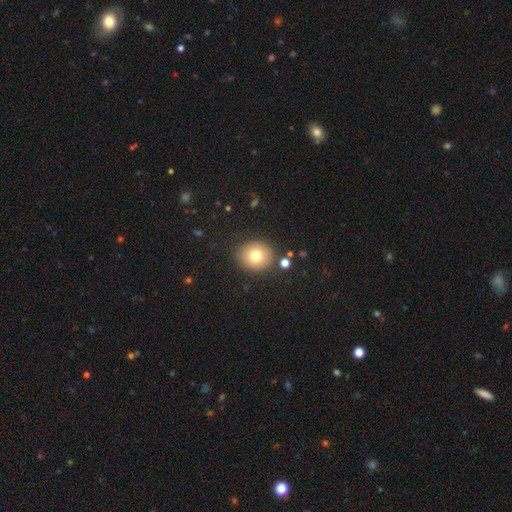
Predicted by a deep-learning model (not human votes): Smooth or featured? smooth (75%)
How rounded? round (84%)
Merging? none (85%)